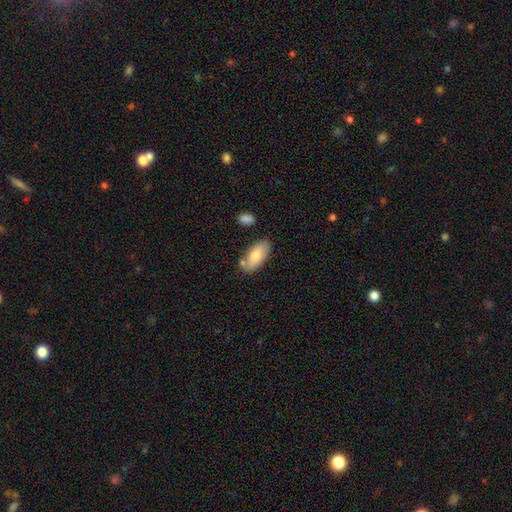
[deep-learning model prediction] Smooth or featured?
  - smooth: 77% *
  - featured or disk: 17%
  - star or artifact: 6%
How rounded?
  - in between: 93% *
  - cigar-shaped: 5%
  - round: 2%
Merging?
  - none: 69% *
  - minor disturbance: 18%
  - merger: 9%
  - major disturbance: 4%